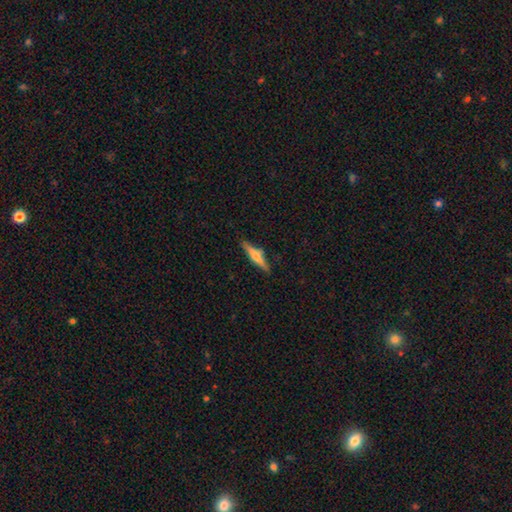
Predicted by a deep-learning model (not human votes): featured or disk 58%, smooth 36%, star or artifact 6%. Down the decision tree: edge-on disk — yes (96%); edge-on bulge — rounded (85%); merging — none (86%).